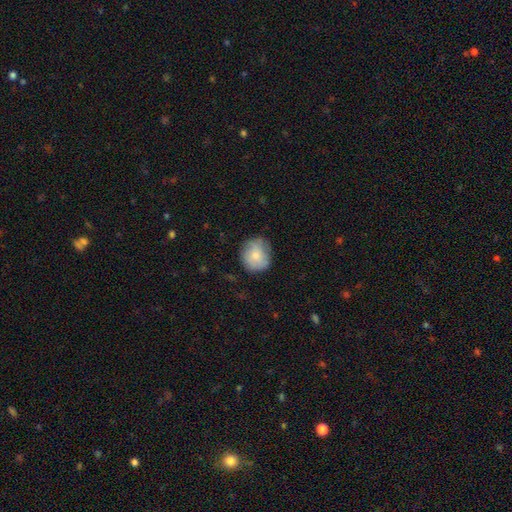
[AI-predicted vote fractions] This appears to be a smooth galaxy with no disk features (76%) that is round (79%). Merging: none (70%).